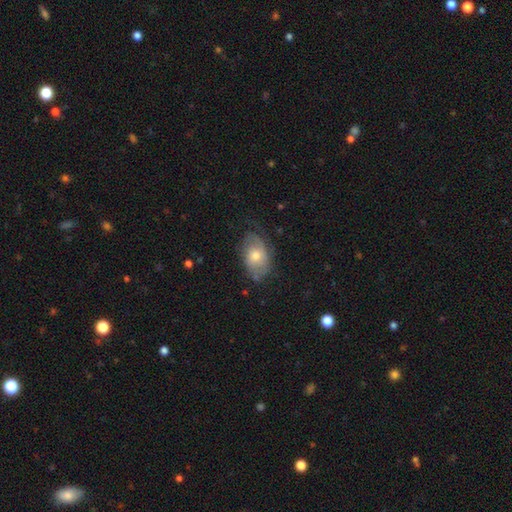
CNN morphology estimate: This is possibly a smooth galaxy (47%). Merging: likely none (62%).